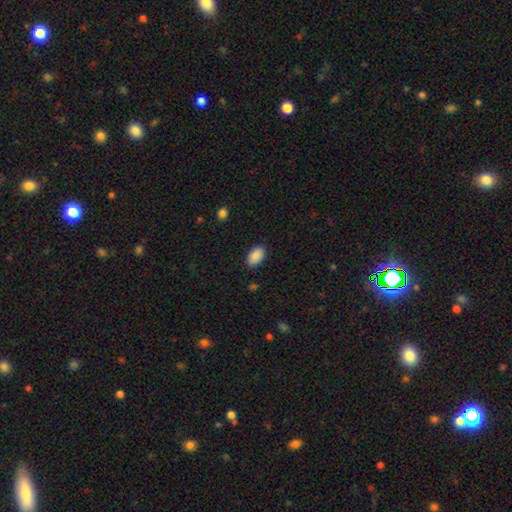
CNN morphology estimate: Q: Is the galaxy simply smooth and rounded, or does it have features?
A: smooth — 89%.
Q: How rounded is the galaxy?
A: in between — 94%.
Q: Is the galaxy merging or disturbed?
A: none — 87%.